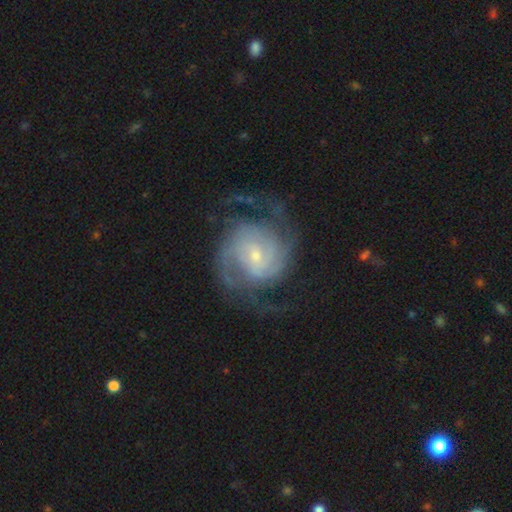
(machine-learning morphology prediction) smooth_or_featured: featured or disk (p=0.89) [alt: smooth p=0.06]
disk_edge_on: no (p=0.98) [alt: yes p=0.02]
bar: no (p=0.51) [alt: weak p=0.39]
has_spiral_arms: yes (p=0.97) [alt: no p=0.03]
spiral_winding: tight (p=0.47) [alt: medium p=0.41]
spiral_arm_count: 2 (p=0.54) [alt: 3 p=0.15]
bulge_size: small (p=0.73) [alt: moderate p=0.22]
merging: none (p=0.68) [alt: major disturbance p=0.15]